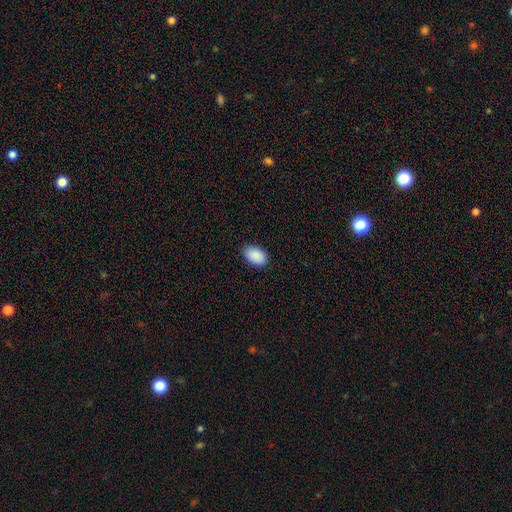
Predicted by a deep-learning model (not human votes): Smooth or featured: smooth — 90% (star or artifact — 6%)
How rounded: in between — 92% (round — 7%)
Merging: none — 85% (minor disturbance — 13%)